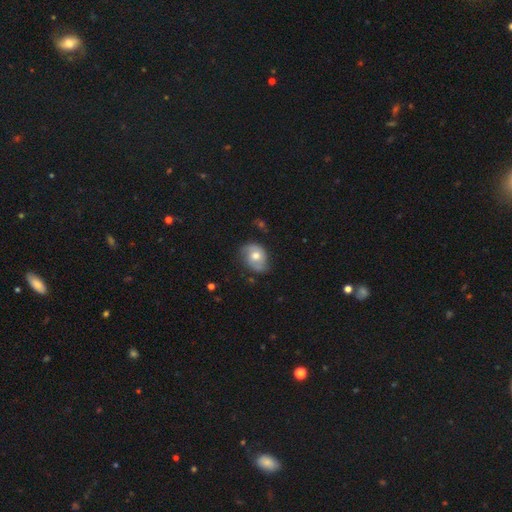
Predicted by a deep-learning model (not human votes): smooth-or-featured: smooth: 55% | featured or disk: 38% | star or artifact: 8%
  how-rounded: in between: 57% | round: 42% | cigar-shaped: 1%
  merging: none: 60% | minor disturbance: 30% | major disturbance: 8% | merger: 2%